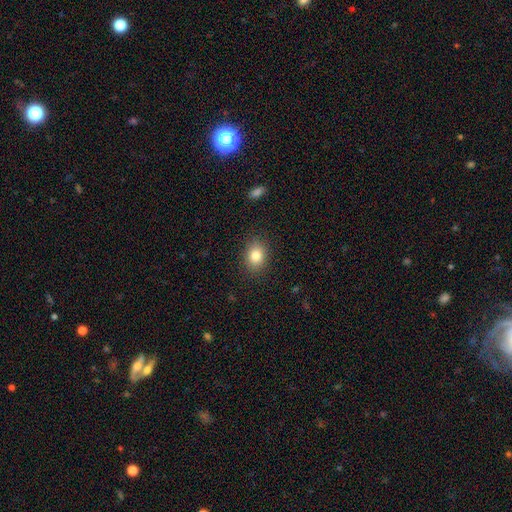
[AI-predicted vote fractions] Overall: smooth (83%). How rounded: in between (61%; round 38%). Merging: none (87%).